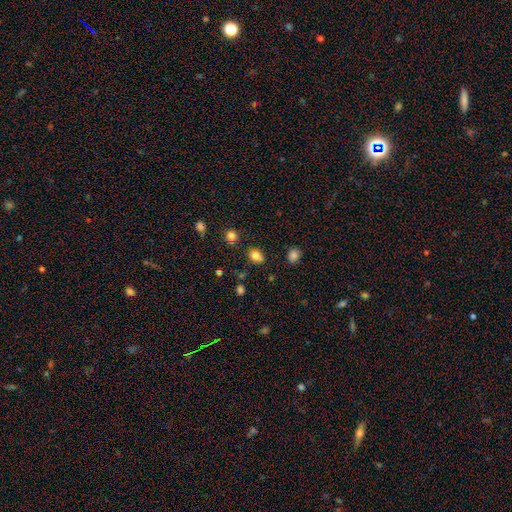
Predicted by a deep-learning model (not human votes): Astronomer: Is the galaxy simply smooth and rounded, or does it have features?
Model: smooth — 82%.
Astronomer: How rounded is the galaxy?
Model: in between — 70%.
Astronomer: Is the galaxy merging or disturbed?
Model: none — 78%.